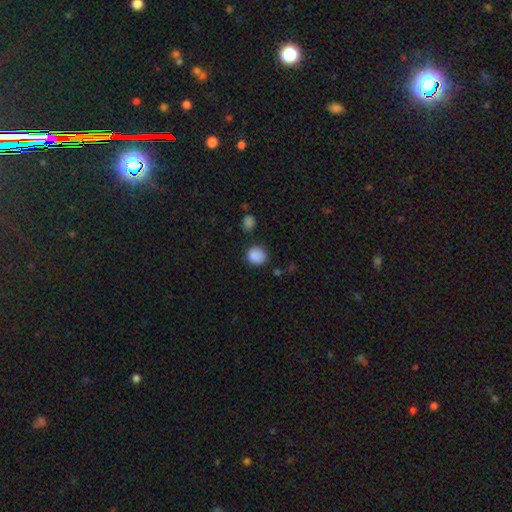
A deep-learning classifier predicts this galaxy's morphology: Q: Smooth or featured?
A: smooth (87%); runner-up: star or artifact (10%)
Q: How rounded?
A: round (86%); runner-up: in between (13%)
Q: Merging?
A: none (79%); runner-up: minor disturbance (13%)